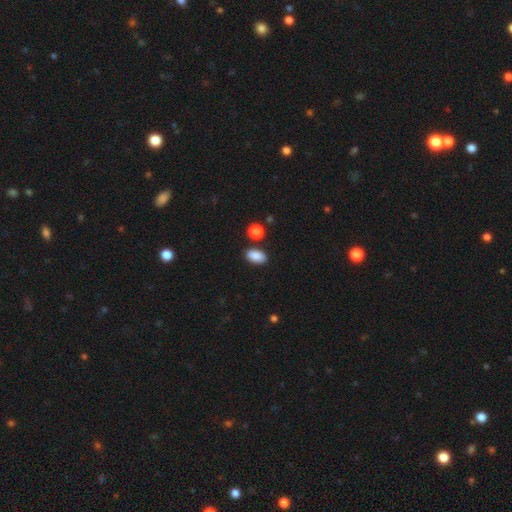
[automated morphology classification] Smooth or featured? smooth (88%)
How rounded? in between (90%)
Merging? none (83%)